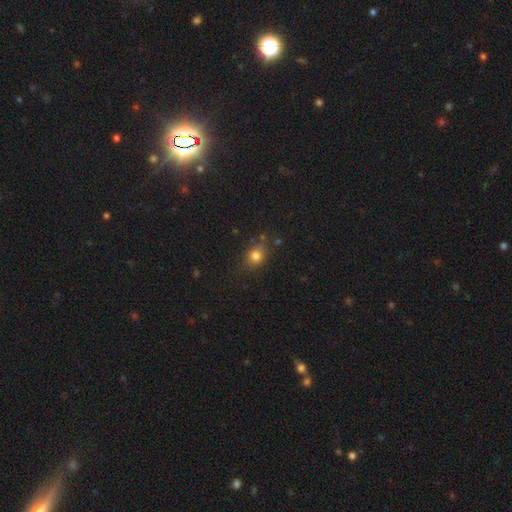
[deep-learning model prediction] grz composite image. It shows a smooth galaxy with no disk features (78%) that is round (58%). Merging: none (71%).